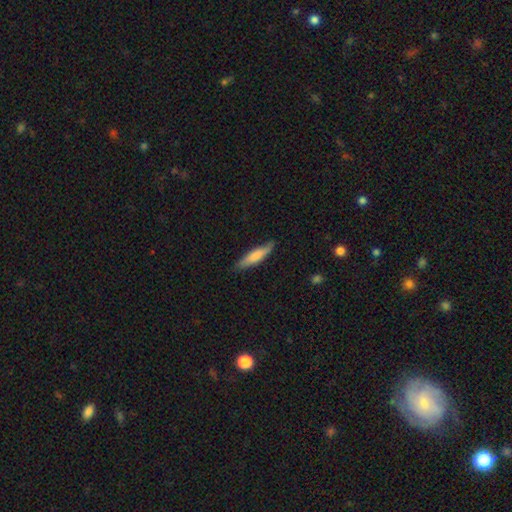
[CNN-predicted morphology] smooth 69%, featured or disk 25%, star or artifact 5%. Down the decision tree: how rounded — cigar-shaped (82%); merging — none (82%).